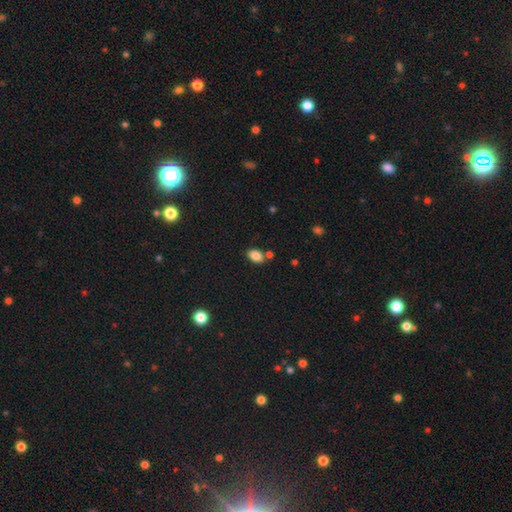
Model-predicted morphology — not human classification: A smooth galaxy with no disk features (85%) that is in between round and cigar-shaped (88%). Merging: none (72%).